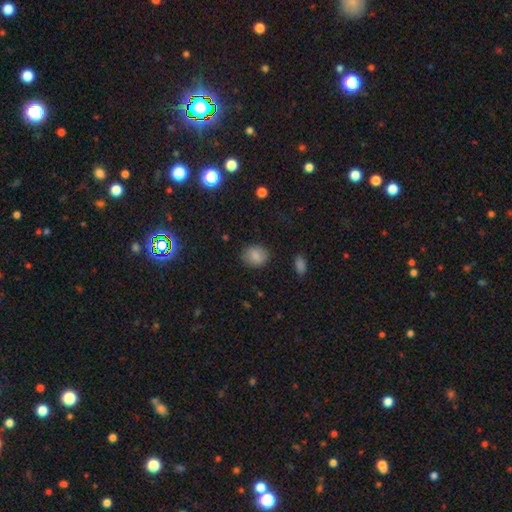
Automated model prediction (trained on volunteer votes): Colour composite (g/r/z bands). It shows a smooth galaxy with no disk features (85%) that is round (64%). Merging: none (84%).